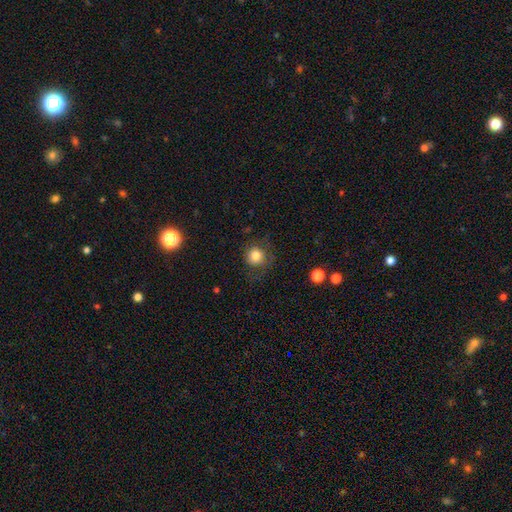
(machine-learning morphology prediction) Smooth or featured?
  - smooth: 82% *
  - star or artifact: 11%
  - featured or disk: 7%
How rounded?
  - round: 91% *
  - in between: 8%
  - cigar-shaped: 1%
Merging?
  - none: 73% *
  - minor disturbance: 16%
  - major disturbance: 9%
  - merger: 1%